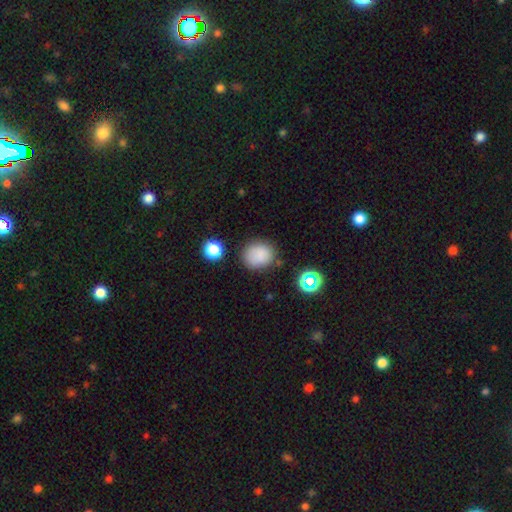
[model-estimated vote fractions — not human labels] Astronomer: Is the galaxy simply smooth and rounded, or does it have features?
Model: smooth — 83%.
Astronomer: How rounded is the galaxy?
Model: round — 66%.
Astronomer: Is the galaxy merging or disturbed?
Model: none — 77%.